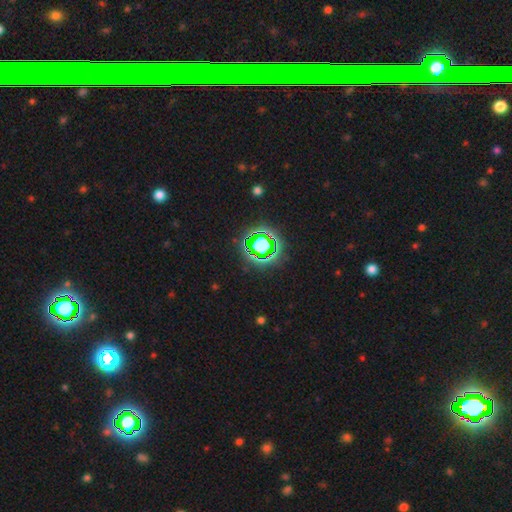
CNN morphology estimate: This appears to be a star or artifact, not a galaxy (69%).